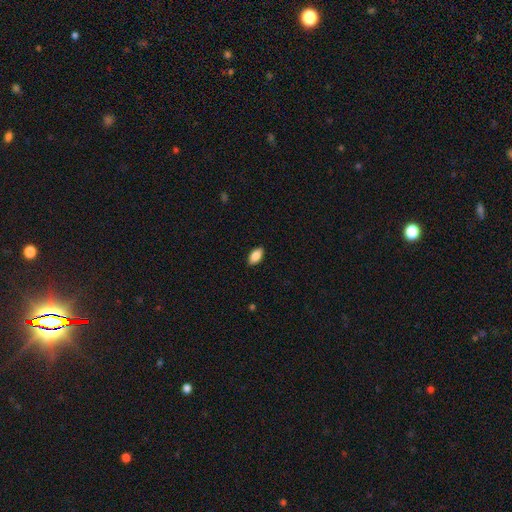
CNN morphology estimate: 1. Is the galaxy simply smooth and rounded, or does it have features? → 86% smooth, 7% featured or disk, 7% star or artifact.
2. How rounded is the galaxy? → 91% in between, 5% cigar-shaped, 3% round.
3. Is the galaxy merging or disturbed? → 88% none, 9% minor disturbance, 2% major disturbance, 1% merger.